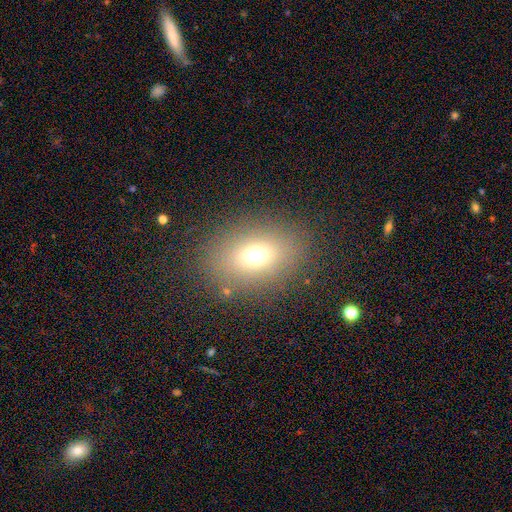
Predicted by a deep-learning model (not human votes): A smooth galaxy with no disk features (67%) that is in between round and cigar-shaped (63%). Merging: none (83%).